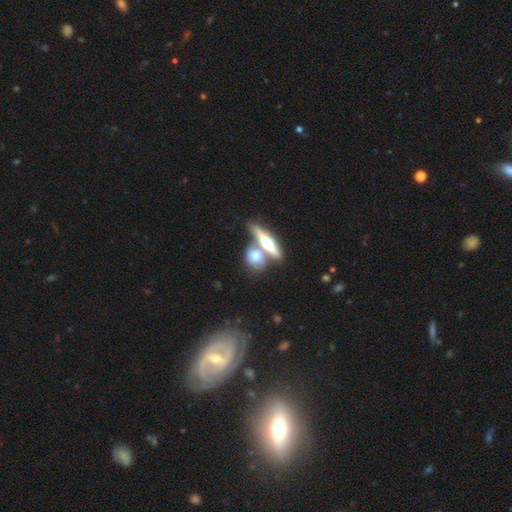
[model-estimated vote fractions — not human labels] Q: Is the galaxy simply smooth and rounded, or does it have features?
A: featured or disk — 48%.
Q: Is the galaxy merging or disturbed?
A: none — 45%.